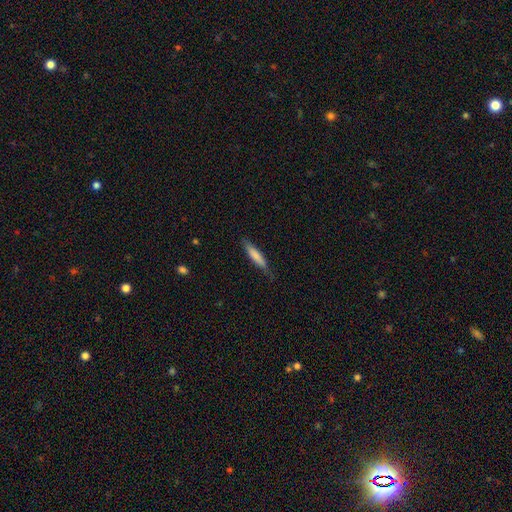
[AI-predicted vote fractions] Smooth or featured? smooth (77%)
How rounded? cigar-shaped (86%)
Merging? none (77%)